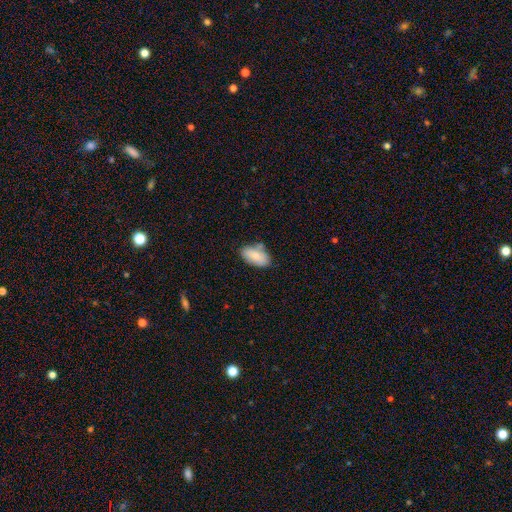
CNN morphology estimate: Overall: smooth (81%). How rounded: in between (93%). Merging: none (66%).